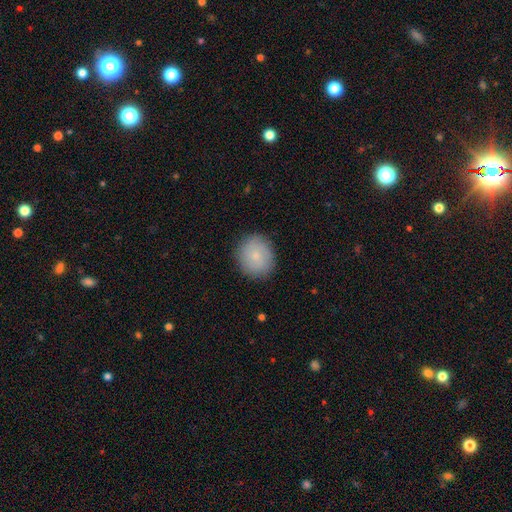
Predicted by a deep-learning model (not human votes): Smooth or featured? smooth (82%)
How rounded? round (79%)
Merging? none (87%)